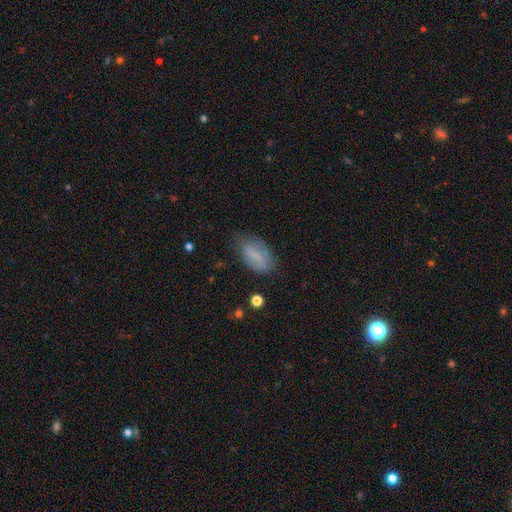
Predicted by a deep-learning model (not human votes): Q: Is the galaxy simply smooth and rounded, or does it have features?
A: smooth — 73%.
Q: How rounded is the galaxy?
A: in between — 90%.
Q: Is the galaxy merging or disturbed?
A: none — 64%.